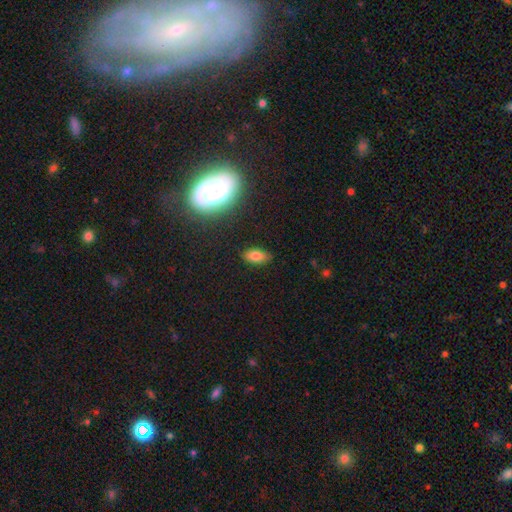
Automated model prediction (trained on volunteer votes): smooth 79%, star or artifact 11%, featured or disk 10%. Down the decision tree: how rounded — in between (90%); merging — none (85%).